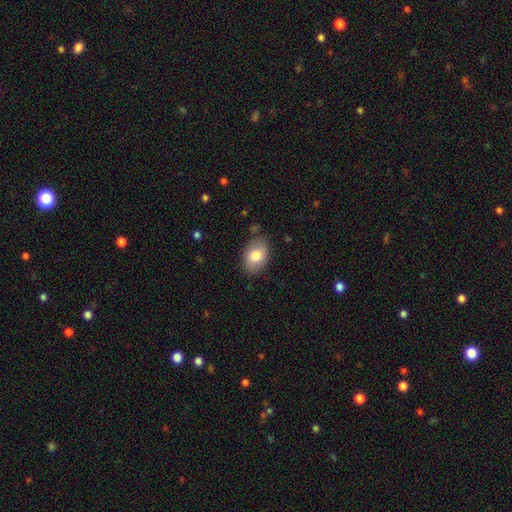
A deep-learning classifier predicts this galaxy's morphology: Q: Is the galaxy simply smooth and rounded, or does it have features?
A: smooth — 80%.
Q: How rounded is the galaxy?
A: in between — 84%.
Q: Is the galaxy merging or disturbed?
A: none — 80%.